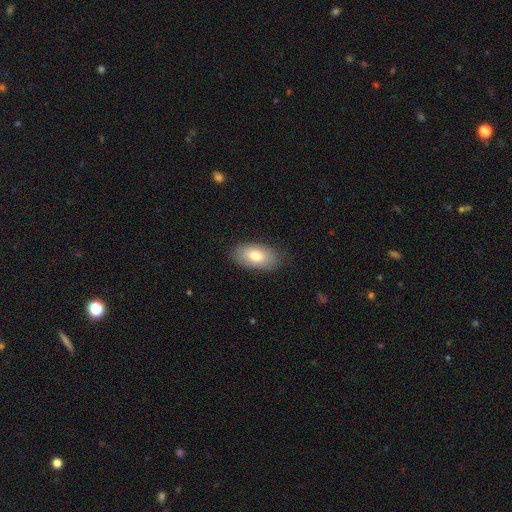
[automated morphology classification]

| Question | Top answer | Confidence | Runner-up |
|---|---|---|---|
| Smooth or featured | smooth | 77% | featured or disk (17%) |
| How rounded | in between | 93% | round (5%) |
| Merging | none | 83% | minor disturbance (13%) |